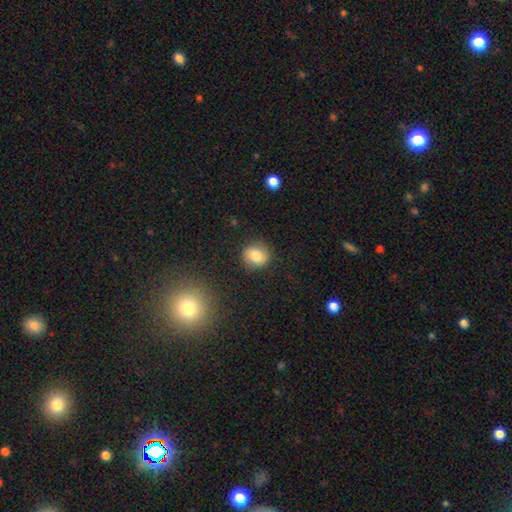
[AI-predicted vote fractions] This appears to be a smooth galaxy with no disk features (76%) that is round (74%). Merging: none (81%).